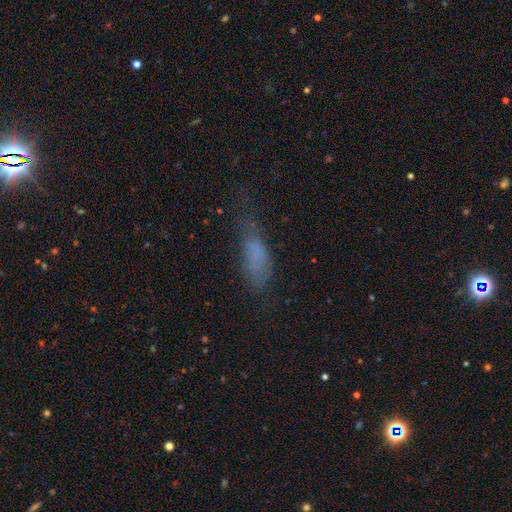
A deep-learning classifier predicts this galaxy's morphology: A smooth galaxy with no disk features (65%) that is cigar-shaped (50%).

Vote fractions:
- Smooth or featured? smooth: 65% / featured or disk: 19% / star or artifact: 16%
- How rounded? cigar-shaped: 50% / in between: 47% / round: 3%
- Merging? none: 41% / minor disturbance: 30% / major disturbance: 26% / merger: 3%